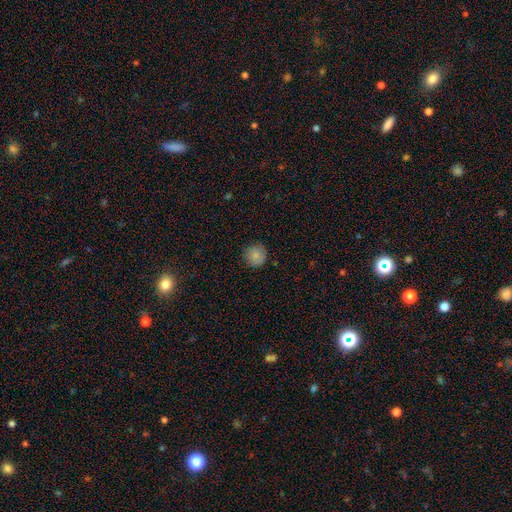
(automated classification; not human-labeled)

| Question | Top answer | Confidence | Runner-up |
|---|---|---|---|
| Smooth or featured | smooth | 84% | star or artifact (9%) |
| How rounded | round | 93% | in between (6%) |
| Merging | none | 84% | minor disturbance (12%) |